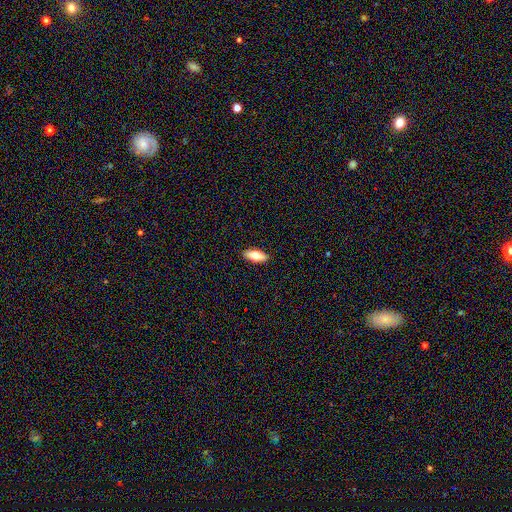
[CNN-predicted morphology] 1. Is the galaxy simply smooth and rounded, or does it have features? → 73% smooth, 21% featured or disk, 6% star or artifact.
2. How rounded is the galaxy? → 80% in between, 18% cigar-shaped, 3% round.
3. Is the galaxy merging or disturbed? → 90% none, 7% minor disturbance, 2% major disturbance, 1% merger.